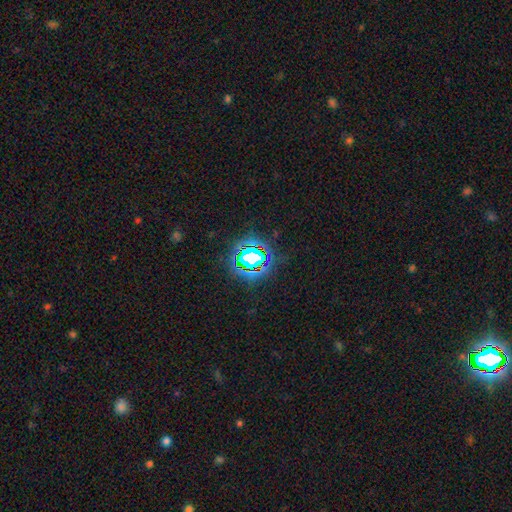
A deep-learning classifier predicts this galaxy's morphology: star or artifact 80%, smooth 13%, featured or disk 7%.